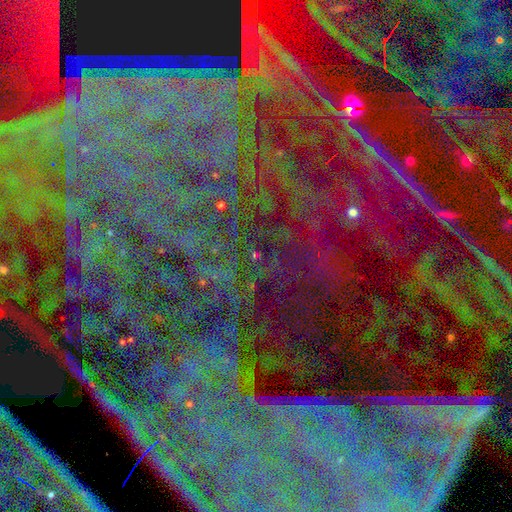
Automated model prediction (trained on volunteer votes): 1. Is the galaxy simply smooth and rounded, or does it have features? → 83% star or artifact, 9% smooth, 8% featured or disk.